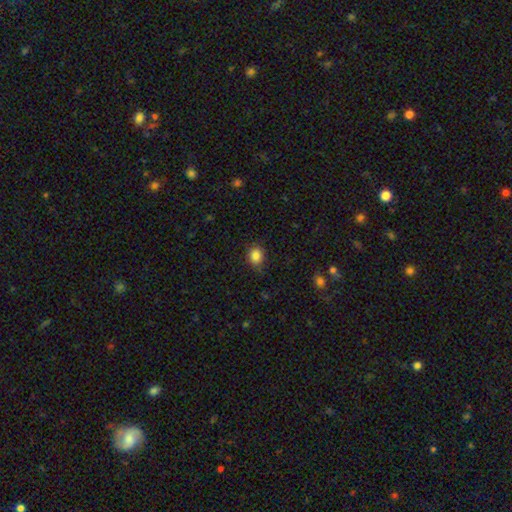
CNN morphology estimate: Smooth or featured?
  - smooth: 86% *
  - star or artifact: 10%
  - featured or disk: 4%
How rounded?
  - round: 61% *
  - in between: 38%
  - cigar-shaped: 1%
Merging?
  - none: 78% *
  - minor disturbance: 18%
  - major disturbance: 4%
  - merger: 1%